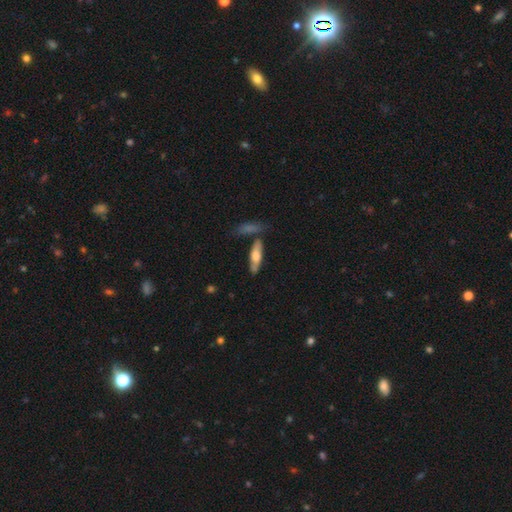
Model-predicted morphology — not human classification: Q: Smooth or featured?
A: smooth (58%); runner-up: featured or disk (36%)
Q: How rounded?
A: cigar-shaped (52%); runner-up: in between (45%)
Q: Merging?
A: none (67%); runner-up: minor disturbance (17%)